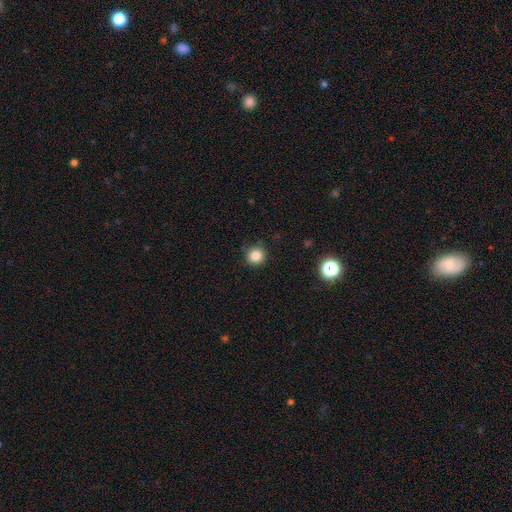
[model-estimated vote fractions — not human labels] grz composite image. It shows a smooth galaxy with no disk features (83%) that is round (93%). Merging: none (86%).